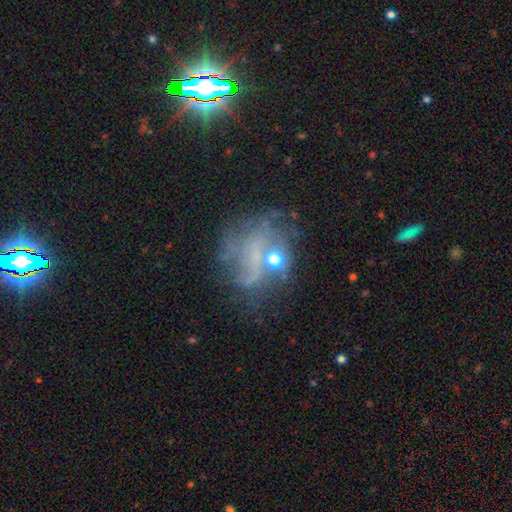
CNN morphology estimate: smooth_or_featured: featured or disk (p=0.47) [alt: star or artifact p=0.29]
merging: none (p=0.44) [alt: major disturbance p=0.29]